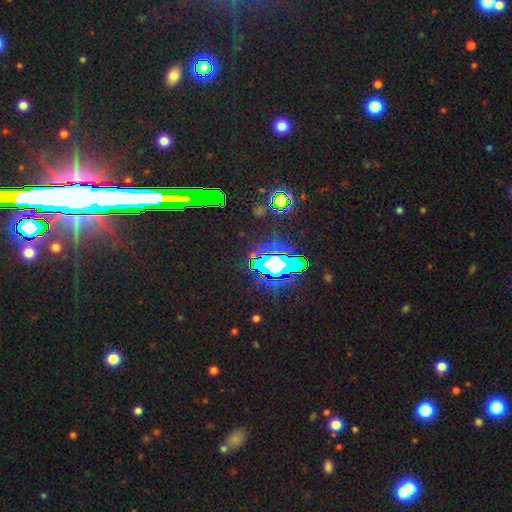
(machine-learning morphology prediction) A star or artifact, not a galaxy (67%).

Vote fractions:
- Smooth or featured? star or artifact: 67% / smooth: 17% / featured or disk: 16%